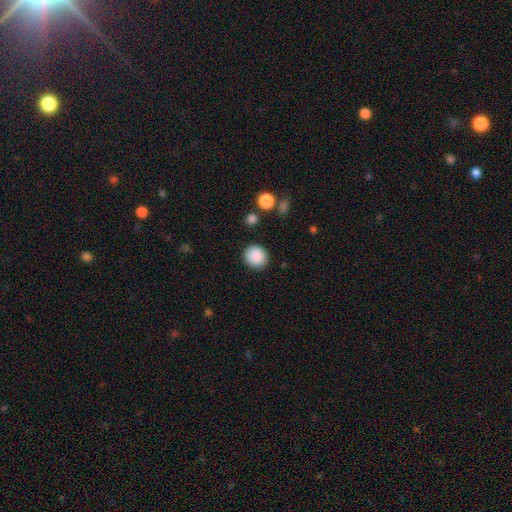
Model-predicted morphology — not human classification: This appears to be a smooth galaxy with no disk features (88%) that is round (86%). Merging: none (89%).